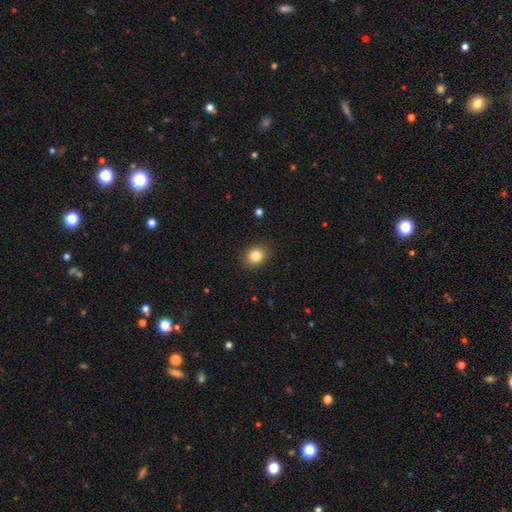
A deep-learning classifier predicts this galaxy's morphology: smooth-or-featured: smooth: 83% | star or artifact: 10% | featured or disk: 6%
  how-rounded: round: 61% | in between: 38% | cigar-shaped: 1%
  merging: none: 89% | minor disturbance: 8% | major disturbance: 2% | merger: 1%